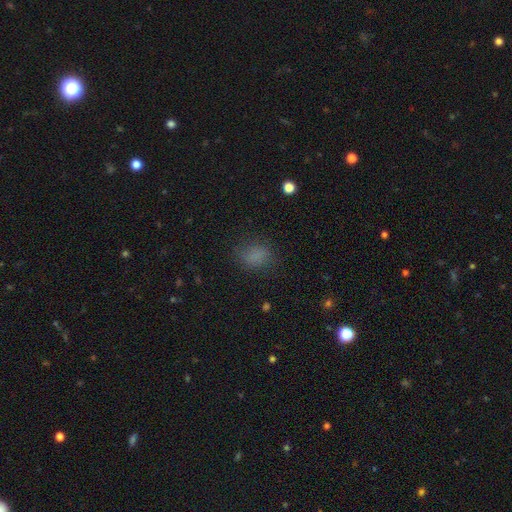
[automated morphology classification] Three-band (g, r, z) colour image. It shows a smooth galaxy with no disk features (79%) that is in between round and cigar-shaped (67%). Merging: none (76%).